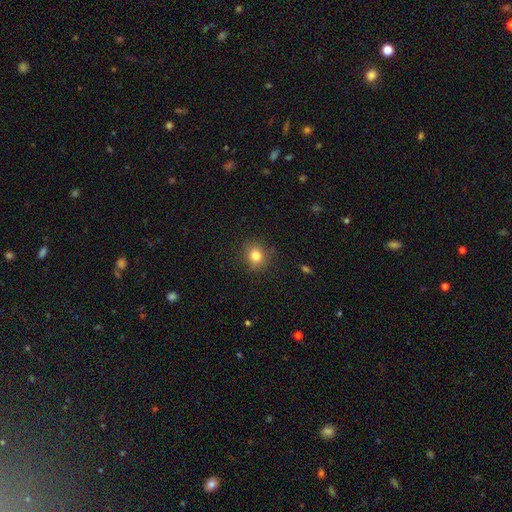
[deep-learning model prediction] Smooth or featured? smooth (81%)
How rounded? round (81%)
Merging? none (87%)